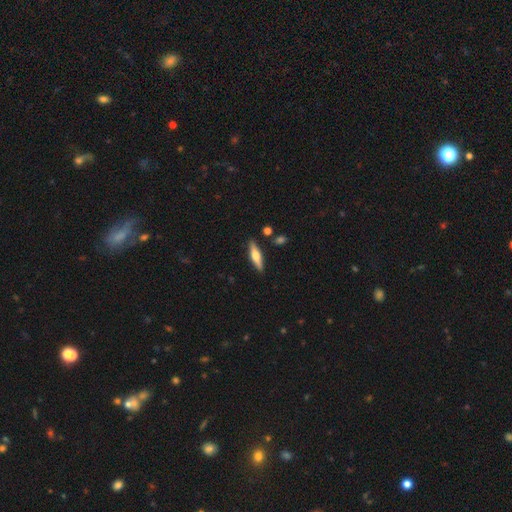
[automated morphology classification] A featured or disk galaxy (55%) viewed edge-on (94%) with a rounded central bulge (92%).

Vote fractions:
- Smooth or featured? featured or disk: 55% / smooth: 39% / star or artifact: 6%
- Edge-on disk? yes: 94% / no: 6%
- Edge-on bulge? rounded: 92% / boxy: 5% / none: 3%
- Merging? none: 87% / minor disturbance: 8% / merger: 3% / major disturbance: 2%